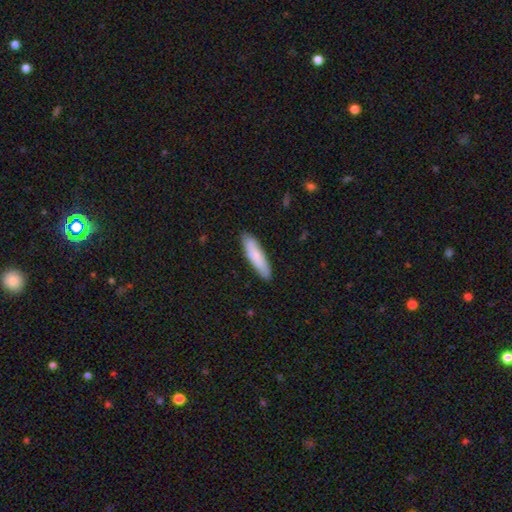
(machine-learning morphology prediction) type=smooth (80%); roundness=cigar-shaped (76%); merging=none (87%).